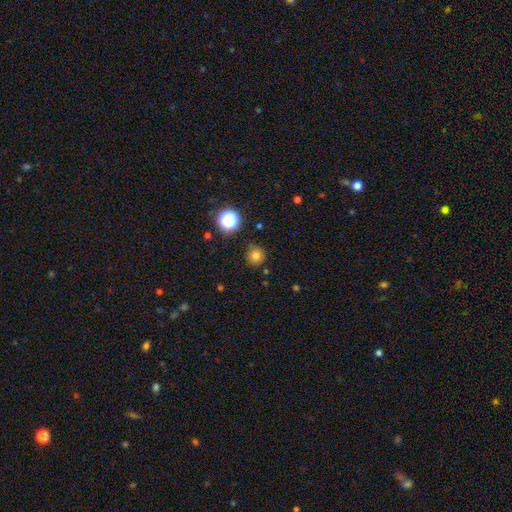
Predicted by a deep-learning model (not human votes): The model was most divided on "smooth or featured": smooth: 76%, star or artifact: 17%, featured or disk: 6%. More confident: how rounded — round (95%); merging — none (87%).